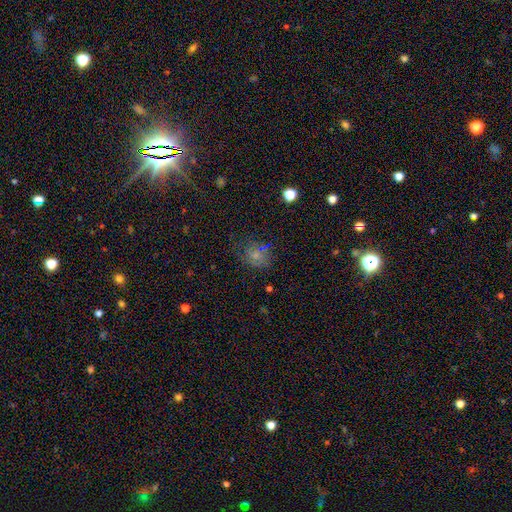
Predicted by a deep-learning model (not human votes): Smooth or featured?
  - smooth: 53% *
  - star or artifact: 31%
  - featured or disk: 16%
How rounded?
  - round: 66% *
  - in between: 33%
  - cigar-shaped: 1%
Merging?
  - none: 63% *
  - minor disturbance: 19%
  - major disturbance: 11%
  - merger: 7%